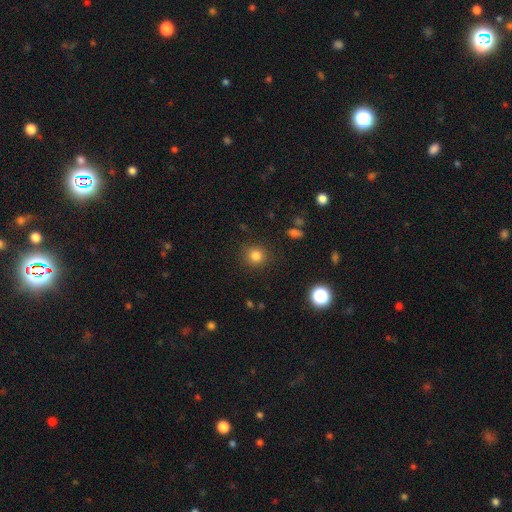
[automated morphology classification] A smooth galaxy with no disk features (82%) that is round (91%).

Vote fractions:
- Smooth or featured? smooth: 82% / star or artifact: 13% / featured or disk: 5%
- How rounded? round: 91% / in between: 8% / cigar-shaped: 1%
- Merging? none: 89% / minor disturbance: 7% / major disturbance: 3% / merger: 1%